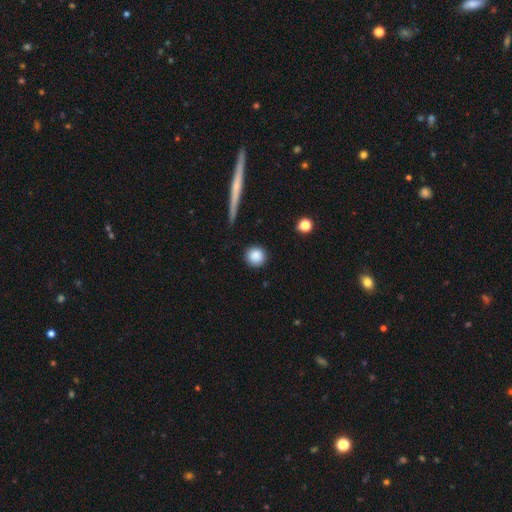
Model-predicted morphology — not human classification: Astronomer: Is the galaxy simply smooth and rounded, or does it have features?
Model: smooth — 87%.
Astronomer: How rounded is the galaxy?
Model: round — 93%.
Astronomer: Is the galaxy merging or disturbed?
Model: none — 89%.